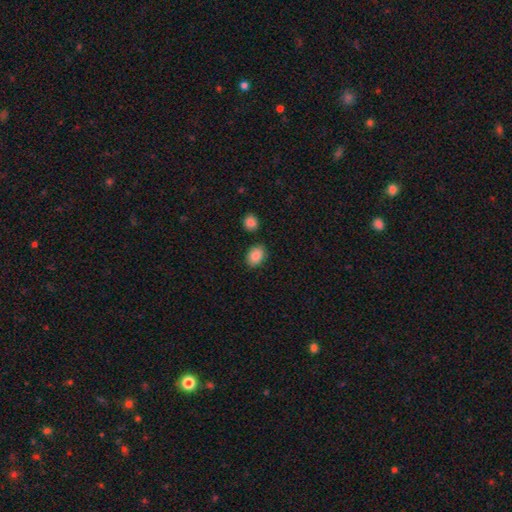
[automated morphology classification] This is clearly a smooth galaxy (89%). How rounded: likely in between (79%). Merging: clearly none (83%).